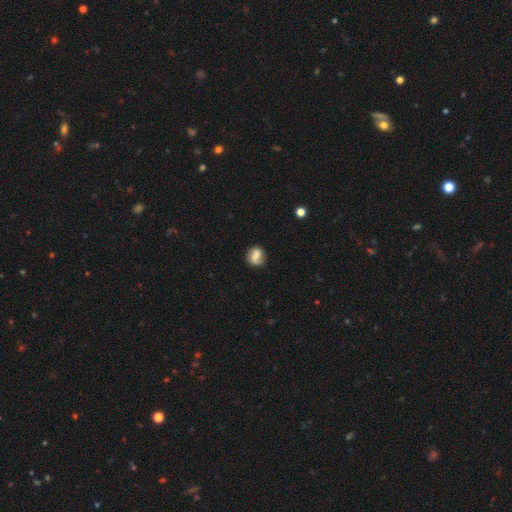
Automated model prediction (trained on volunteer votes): Smooth or featured?
  - smooth: 59% *
  - featured or disk: 32%
  - star or artifact: 9%
How rounded?
  - round: 60% *
  - in between: 37%
  - cigar-shaped: 2%
Merging?
  - none: 66% *
  - minor disturbance: 22%
  - major disturbance: 9%
  - merger: 4%